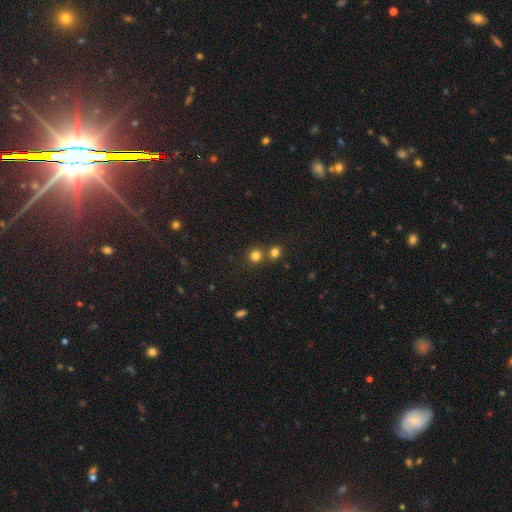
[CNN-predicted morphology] Smooth or featured: smooth — 78% (star or artifact — 17%)
How rounded: round — 90% (in between — 9%)
Merging: none — 67% (merger — 25%)